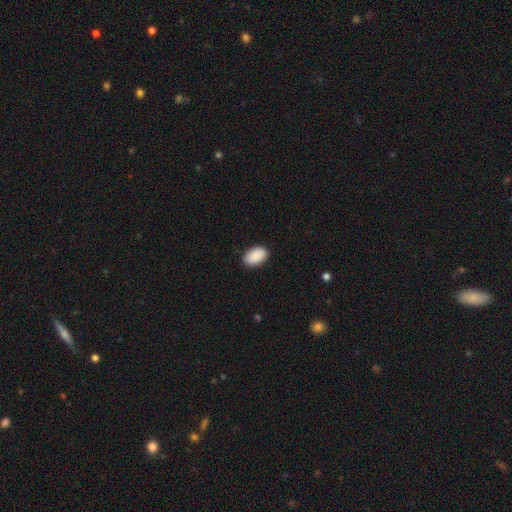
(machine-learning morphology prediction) Smooth or featured: smooth — 91% (star or artifact — 6%)
How rounded: in between — 93% (round — 5%)
Merging: none — 89% (minor disturbance — 8%)